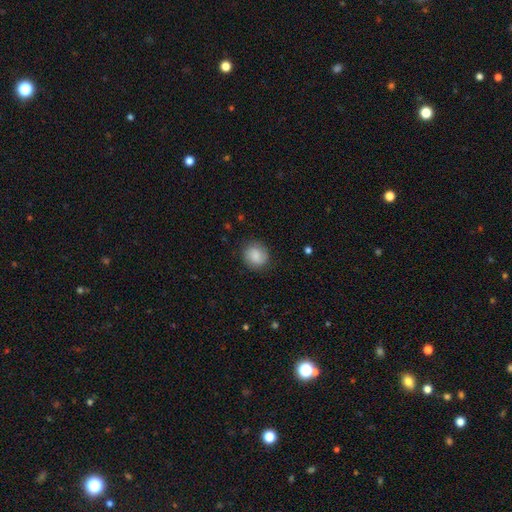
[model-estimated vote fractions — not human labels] The model was most divided on "how rounded": round: 82%, in between: 17%, cigar-shaped: 1%. More confident: merging — none (83%); smooth or featured — smooth (79%).